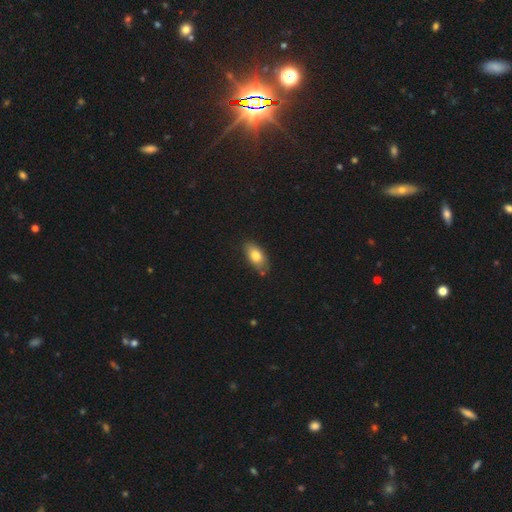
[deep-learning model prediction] This is likely a smooth galaxy (79%). How rounded: clearly in between (90%). Merging: likely none (78%).